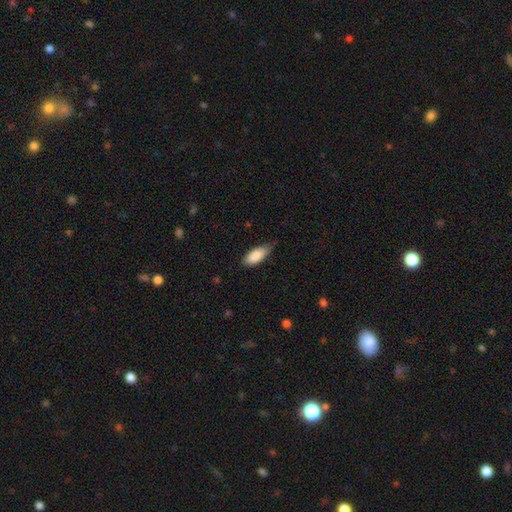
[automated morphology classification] The model was most divided on "merging": none: 63%, minor disturbance: 32%, major disturbance: 4%, merger: 1%. More confident: smooth or featured — smooth (85%); how rounded — in between (82%).